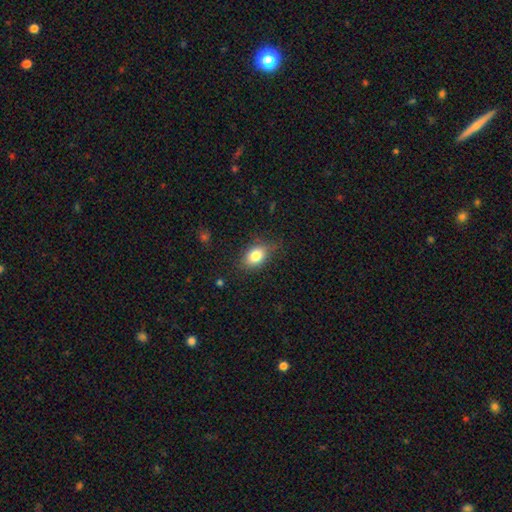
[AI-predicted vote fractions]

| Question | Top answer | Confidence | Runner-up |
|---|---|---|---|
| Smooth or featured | smooth | 81% | featured or disk (10%) |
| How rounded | in between | 79% | round (19%) |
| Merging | none | 76% | minor disturbance (19%) |